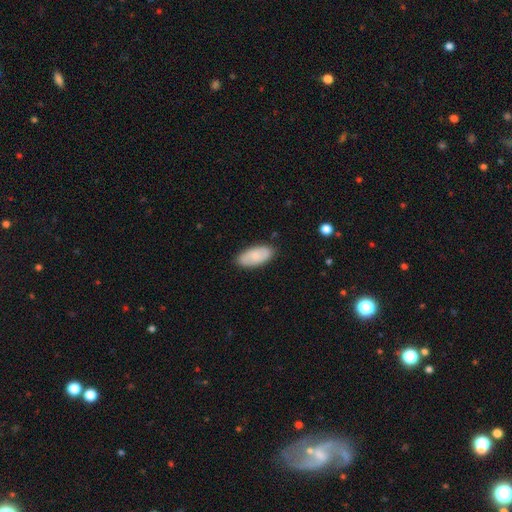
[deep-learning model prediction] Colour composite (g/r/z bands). It shows a smooth galaxy with no disk features (82%) that is in between round and cigar-shaped (92%). Merging: none (86%).